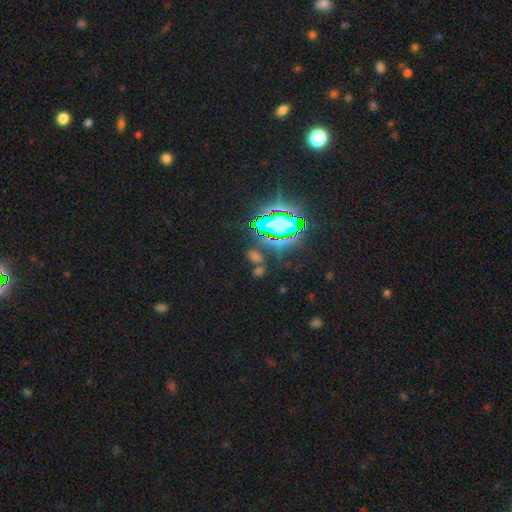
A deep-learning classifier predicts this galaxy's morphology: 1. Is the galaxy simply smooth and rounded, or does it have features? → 57% star or artifact, 31% smooth, 12% featured or disk.